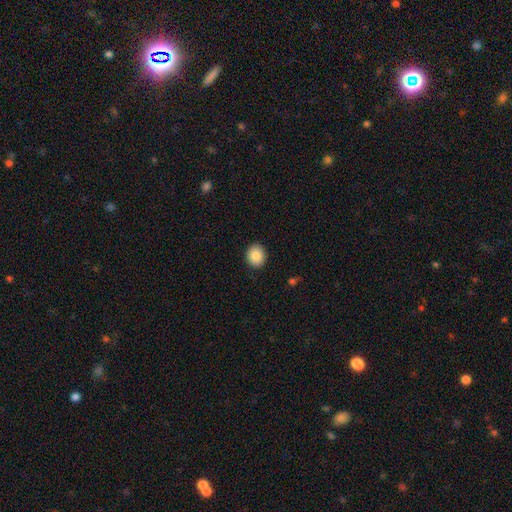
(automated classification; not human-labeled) smooth_or_featured: smooth (p=0.87) [alt: star or artifact p=0.08]
how_rounded: round (p=0.66) [alt: in between p=0.33]
merging: none (p=0.91) [alt: minor disturbance p=0.07]